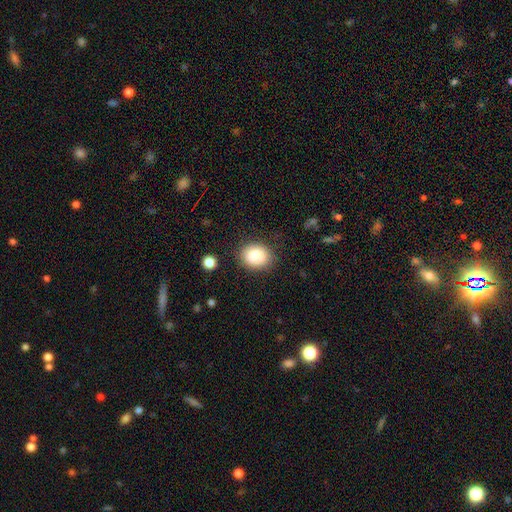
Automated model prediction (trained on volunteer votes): Morphology: type=smooth (87%); roundness=round (57%); merging=none (84%).